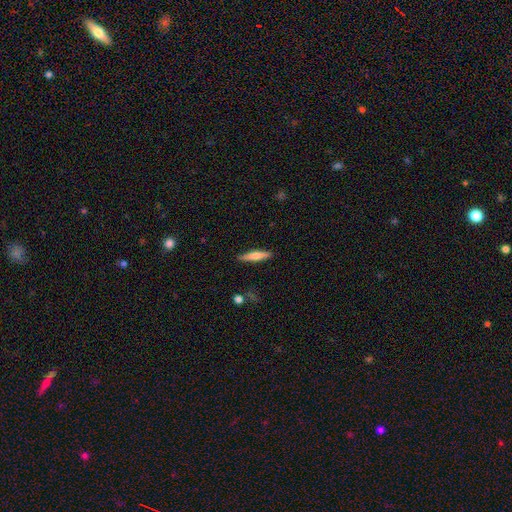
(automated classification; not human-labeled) This is possibly a smooth galaxy (58%). How rounded: clearly cigar-shaped (85%). Merging: clearly none (88%).